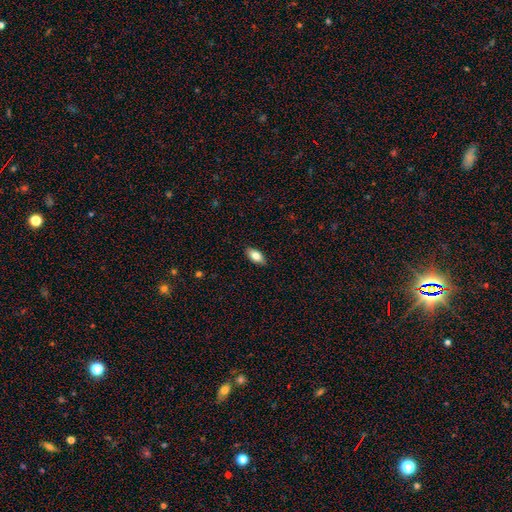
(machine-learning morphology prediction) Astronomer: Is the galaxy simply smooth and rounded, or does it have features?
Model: smooth — 80%.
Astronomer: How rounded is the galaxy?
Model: in between — 89%.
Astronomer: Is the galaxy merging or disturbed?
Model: none — 88%.